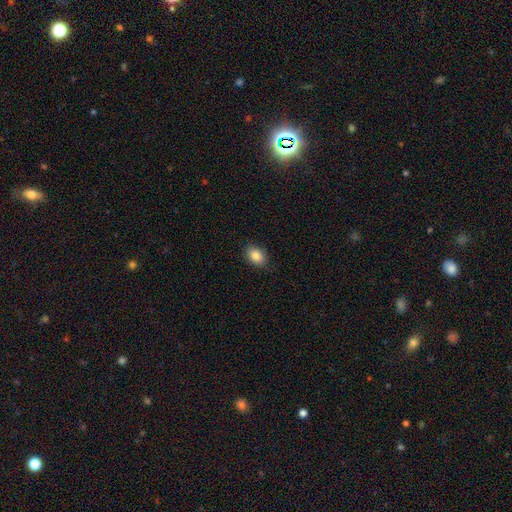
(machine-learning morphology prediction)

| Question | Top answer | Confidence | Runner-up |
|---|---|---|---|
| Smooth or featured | smooth | 87% | star or artifact (8%) |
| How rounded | in between | 80% | round (19%) |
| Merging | none | 87% | minor disturbance (10%) |